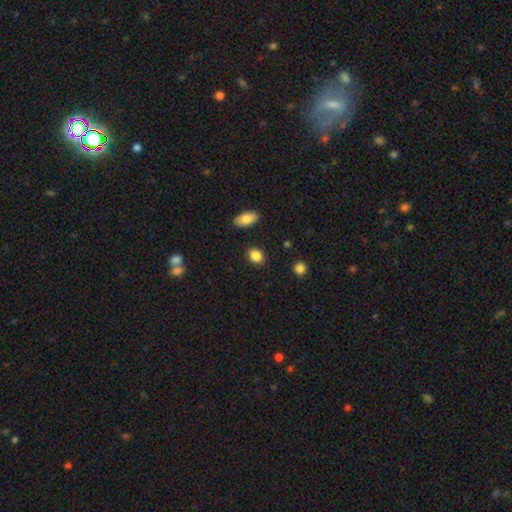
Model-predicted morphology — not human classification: Smooth or featured? smooth (86%)
How rounded? in between (66%)
Merging? none (87%)